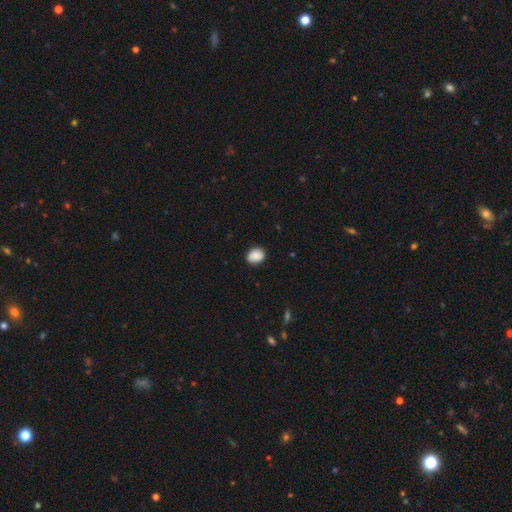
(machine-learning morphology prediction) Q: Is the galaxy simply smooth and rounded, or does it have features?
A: smooth — 86%.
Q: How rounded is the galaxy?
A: in between — 50%.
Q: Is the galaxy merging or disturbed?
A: none — 84%.